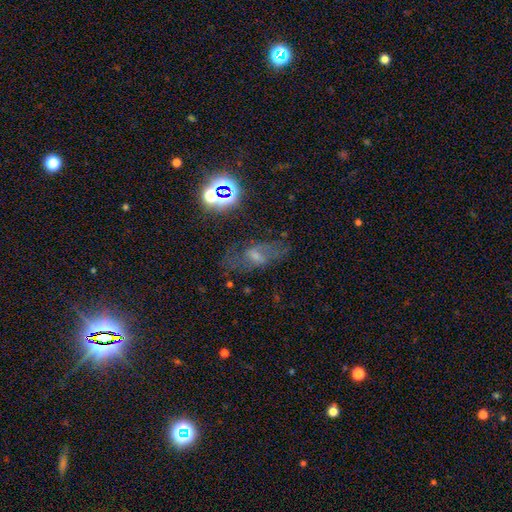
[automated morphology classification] This appears to be a featured or disk galaxy (45%). Merging: none (67%).